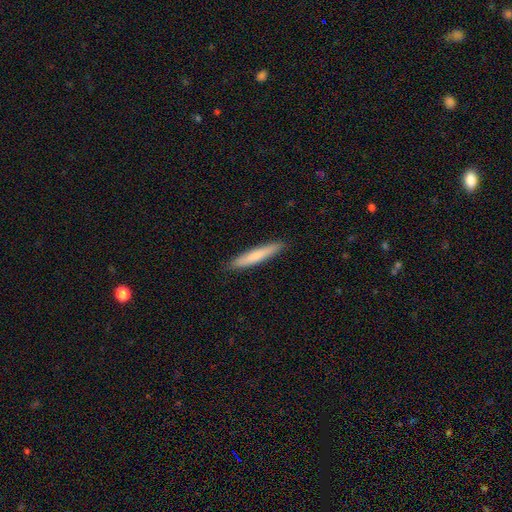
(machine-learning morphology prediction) smooth 73%, featured or disk 22%, star or artifact 5%. Down the decision tree: how rounded — cigar-shaped (93%); merging — none (90%).